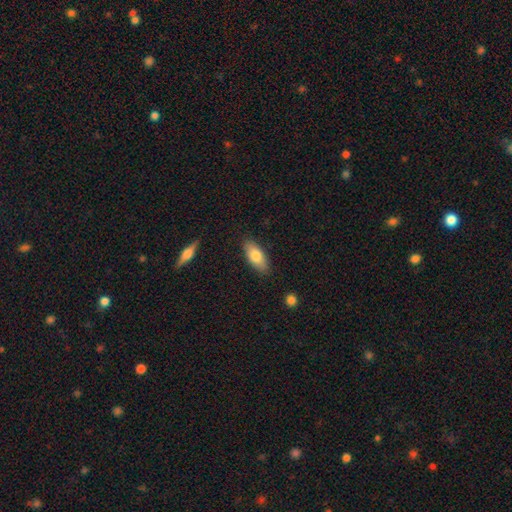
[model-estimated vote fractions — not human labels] Smooth or featured? smooth (78%)
How rounded? in between (82%)
Merging? none (86%)